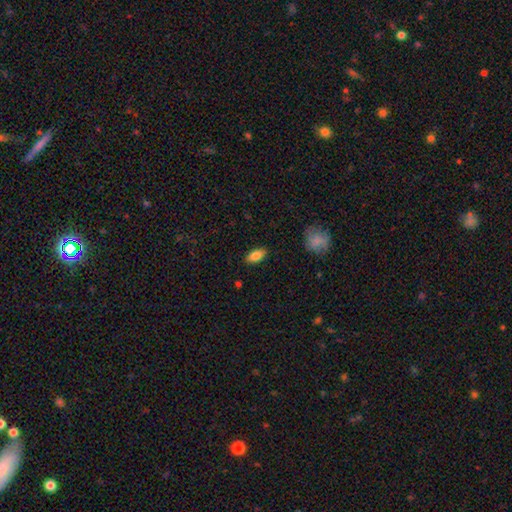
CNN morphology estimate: Smooth or featured? Predicted: smooth (p=0.84). How rounded? Predicted: in between (p=0.89). Merging? Predicted: none (p=0.87).